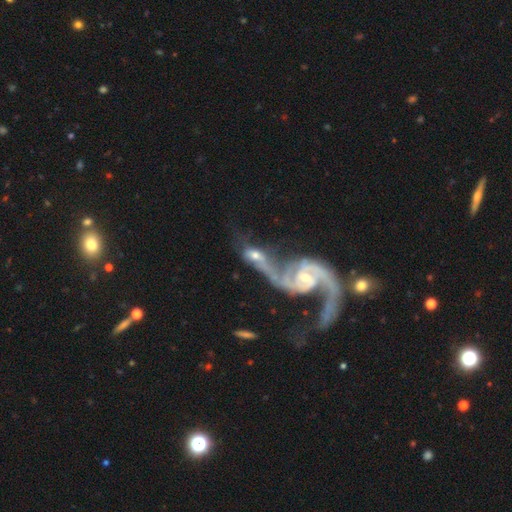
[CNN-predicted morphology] Q: Smooth or featured?
A: featured or disk (69%); runner-up: smooth (23%)
Q: Edge-on disk?
A: no (92%); runner-up: yes (8%)
Q: Bar?
A: no (53%); runner-up: weak (34%)
Q: Spiral arms?
A: yes (77%); runner-up: no (23%)
Q: Bulge size?
A: moderate (54%); runner-up: small (32%)
Q: Merging?
A: merger (60%); runner-up: major disturbance (19%)